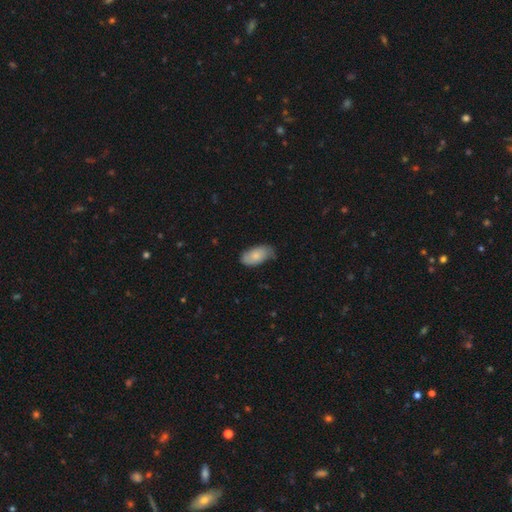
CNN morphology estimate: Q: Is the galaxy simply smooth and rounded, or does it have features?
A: smooth — 72%.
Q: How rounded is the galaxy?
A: in between — 94%.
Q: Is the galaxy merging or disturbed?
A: none — 63%.